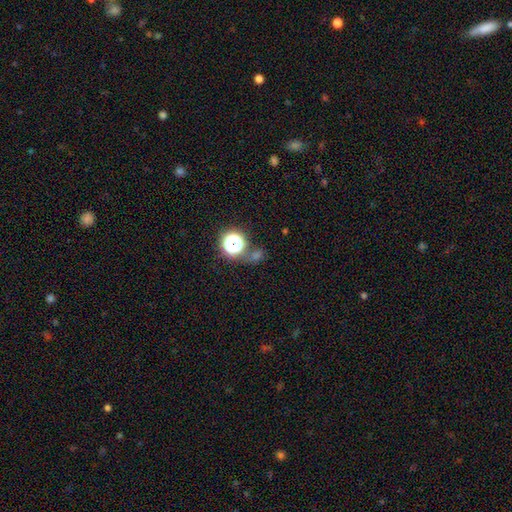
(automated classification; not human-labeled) Smooth or featured?
  - star or artifact: 57% *
  - smooth: 34%
  - featured or disk: 9%